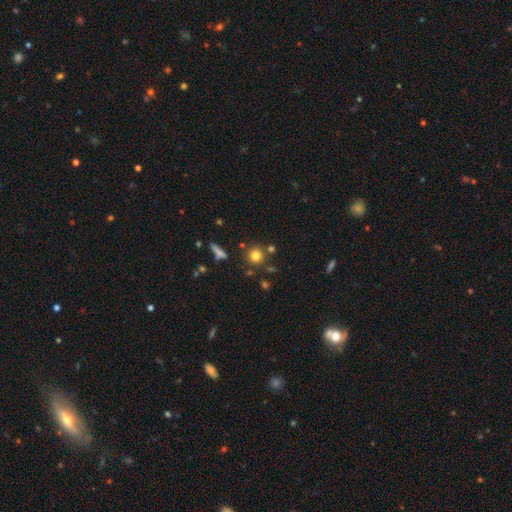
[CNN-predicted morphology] type=smooth (79%); roundness=round (92%); merging=none (79%).